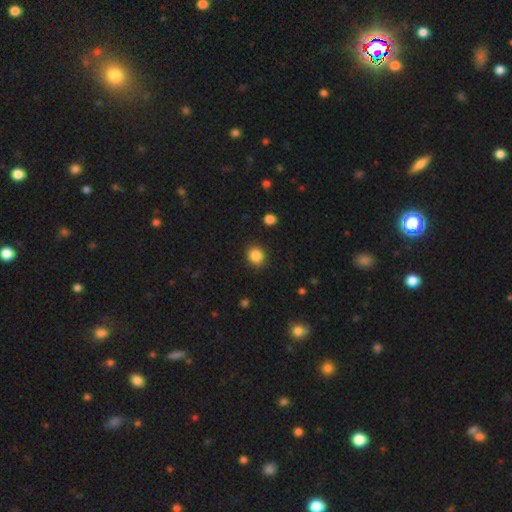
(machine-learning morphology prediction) smooth 86%, star or artifact 10%, featured or disk 4%. Down the decision tree: how rounded — round (84%); merging — none (90%).